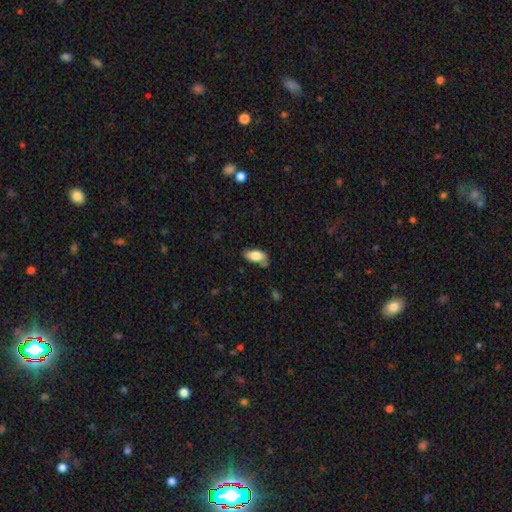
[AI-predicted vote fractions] Smooth or featured?
  - smooth: 80% *
  - featured or disk: 13%
  - star or artifact: 7%
How rounded?
  - in between: 91% *
  - cigar-shaped: 6%
  - round: 3%
Merging?
  - none: 60% *
  - minor disturbance: 28%
  - major disturbance: 7%
  - merger: 6%